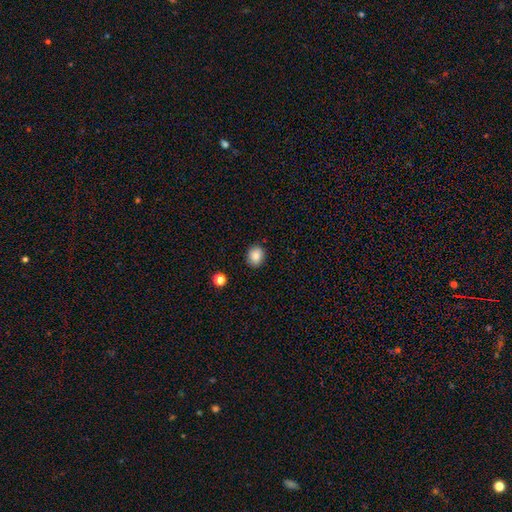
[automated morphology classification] type=smooth (85%); roundness=round (56%); merging=none (85%).